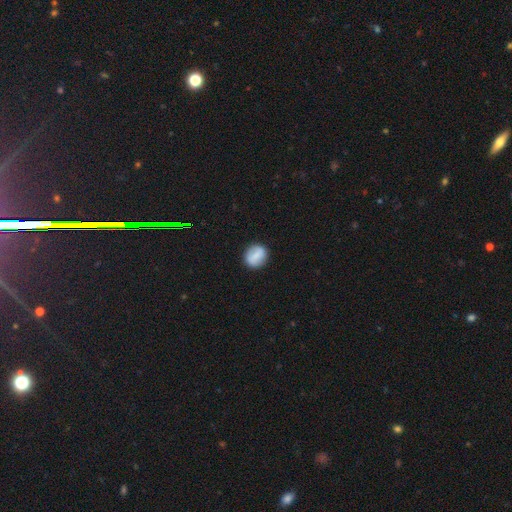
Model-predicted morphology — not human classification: Overall: smooth (70%). How rounded: round (75%). Merging: none (87%).